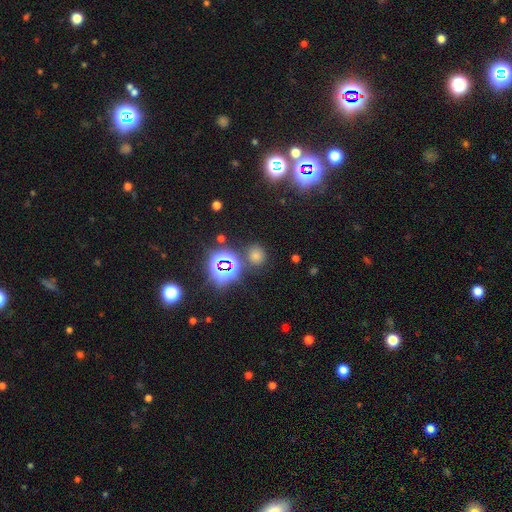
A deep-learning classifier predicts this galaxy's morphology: Smooth or featured: smooth — 58% (star or artifact — 36%)
How rounded: round — 80% (in between — 19%)
Merging: none — 81% (minor disturbance — 9%)